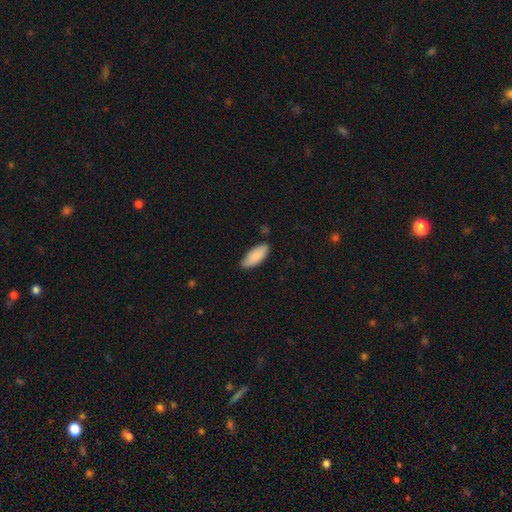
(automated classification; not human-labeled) smooth 89%, star or artifact 6%, featured or disk 6%. Down the decision tree: how rounded — in between (84%); merging — none (80%).